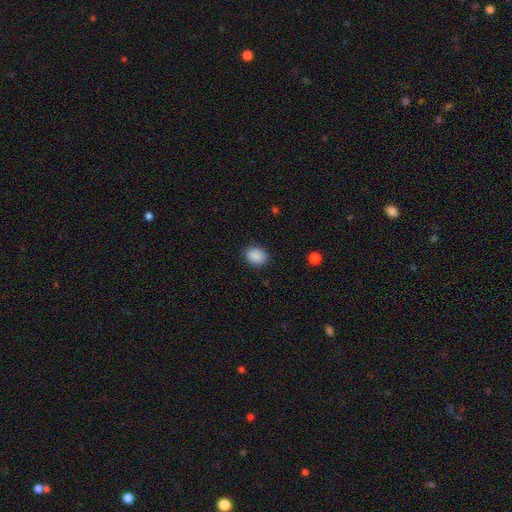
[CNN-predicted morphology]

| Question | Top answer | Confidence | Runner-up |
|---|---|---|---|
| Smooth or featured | smooth | 89% | star or artifact (8%) |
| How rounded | round | 53% | in between (46%) |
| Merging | none | 87% | minor disturbance (9%) |